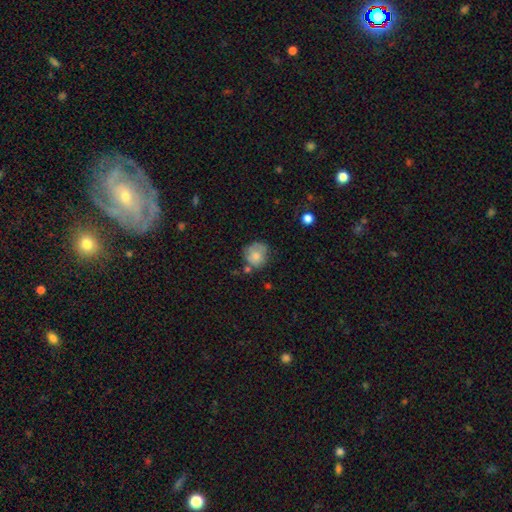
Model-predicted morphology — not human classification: smooth 73%, featured or disk 18%, star or artifact 8%. Down the decision tree: how rounded — round (76%); merging — none (50%).